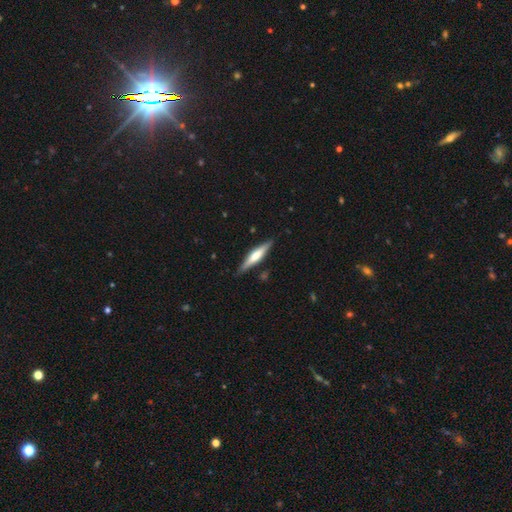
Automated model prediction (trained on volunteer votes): Smooth or featured? featured or disk (53%)
Edge-on disk? yes (95%)
Edge-on bulge? rounded (59%)
Merging? none (86%)